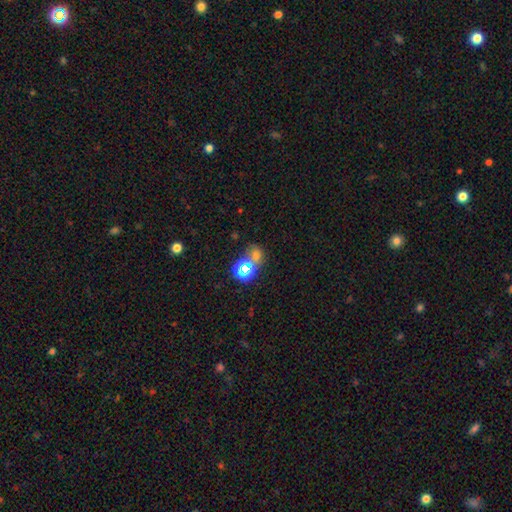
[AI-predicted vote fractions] smooth 52%, star or artifact 36%, featured or disk 11%. Down the decision tree: how rounded — round (61%); merging — none (48%).